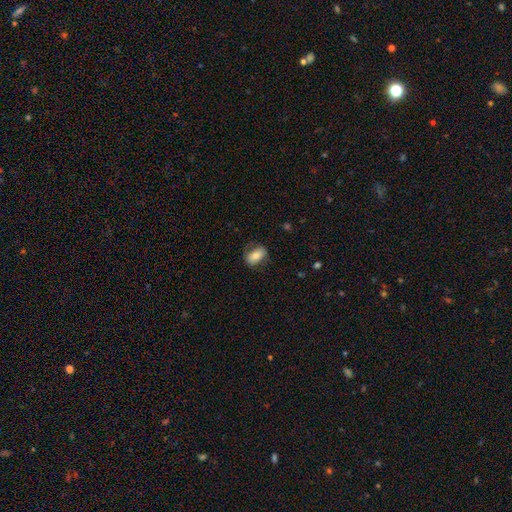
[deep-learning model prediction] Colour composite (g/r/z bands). It shows a smooth galaxy with no disk features (71%) that is in between round and cigar-shaped (86%). Merging: none (71%).